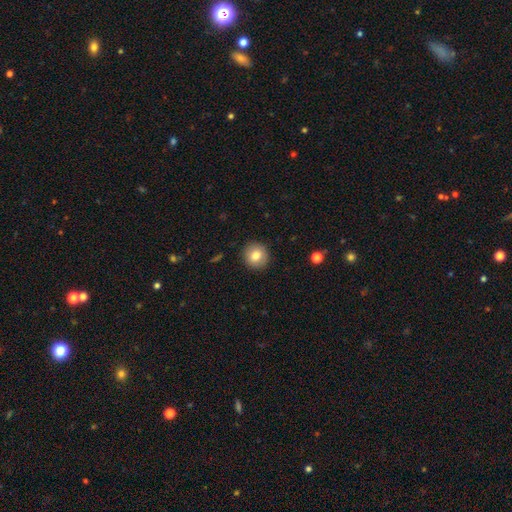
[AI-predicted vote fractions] Q: Smooth or featured?
A: smooth (81%); runner-up: featured or disk (10%)
Q: How rounded?
A: round (93%); runner-up: in between (6%)
Q: Merging?
A: none (92%); runner-up: minor disturbance (6%)